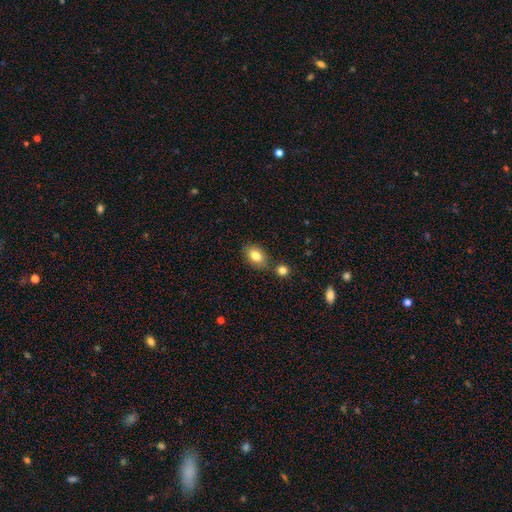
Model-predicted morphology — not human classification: smooth_or_featured: smooth (p=0.83) [alt: featured or disk p=0.09]
how_rounded: in between (p=0.85) [alt: round p=0.14]
merging: none (p=0.70) [alt: minor disturbance p=0.13]